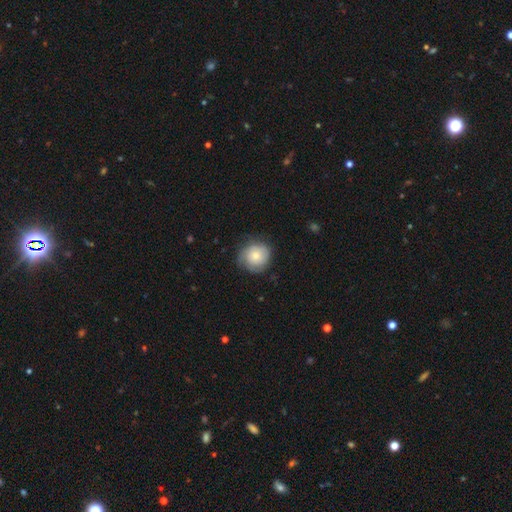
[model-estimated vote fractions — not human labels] smooth-or-featured: smooth: 58% | featured or disk: 35% | star or artifact: 7%
  how-rounded: round: 86% | in between: 13% | cigar-shaped: 1%
  merging: none: 68% | minor disturbance: 23% | major disturbance: 8% | merger: 1%